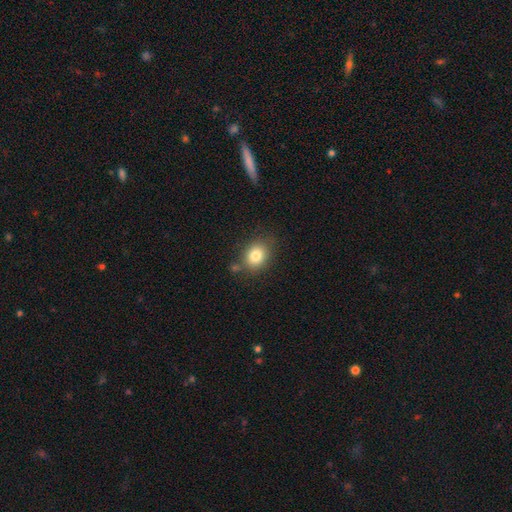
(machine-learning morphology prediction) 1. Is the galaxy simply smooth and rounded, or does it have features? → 82% smooth, 10% star or artifact, 9% featured or disk.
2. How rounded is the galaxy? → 50% round, 49% in between, 1% cigar-shaped.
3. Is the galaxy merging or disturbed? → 76% none, 14% minor disturbance, 5% merger, 4% major disturbance.